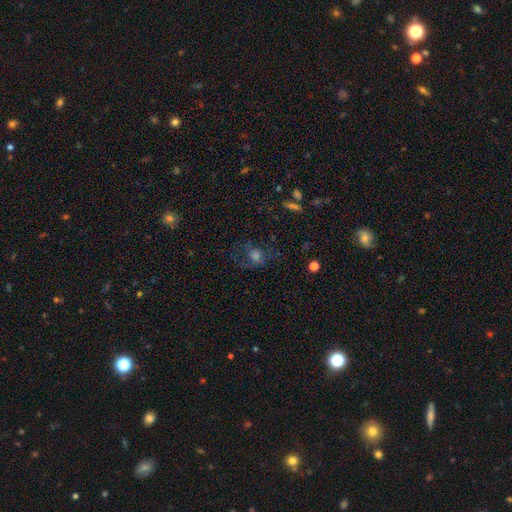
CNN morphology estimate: This is marginally a smooth galaxy (38%). Merging: possibly none (52%).